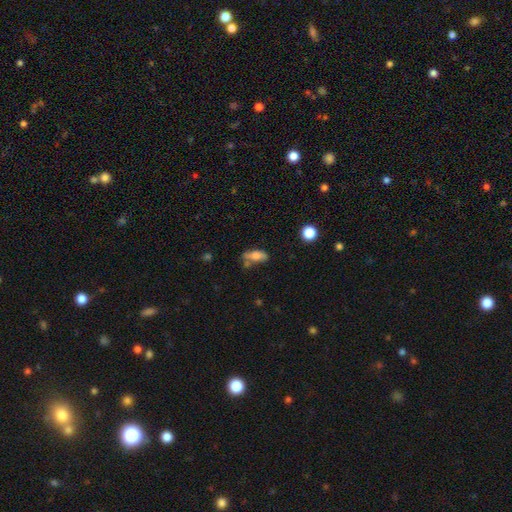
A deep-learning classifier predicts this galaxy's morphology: The model was most divided on "merging": none: 50%, minor disturbance: 27%, merger: 13%, major disturbance: 10%. More confident: how rounded — in between (77%); smooth or featured — smooth (69%).